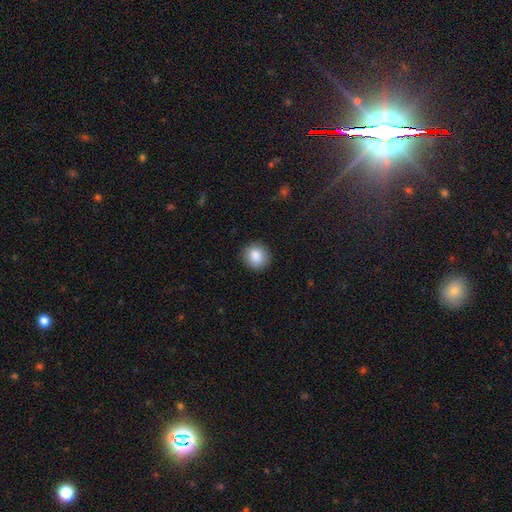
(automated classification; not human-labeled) Morphology: type=smooth (87%); roundness=round (88%); merging=none (90%).